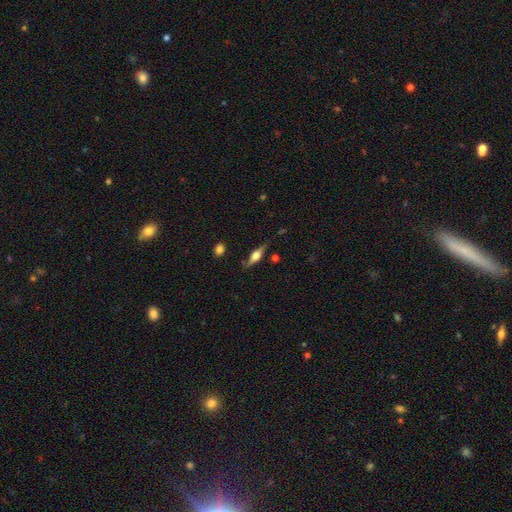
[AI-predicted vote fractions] Smooth or featured? Predicted: featured or disk (p=0.65). Edge-on disk? Predicted: yes (p=0.94). Edge-on bulge? Predicted: rounded (p=0.91). Merging? Predicted: none (p=0.78).